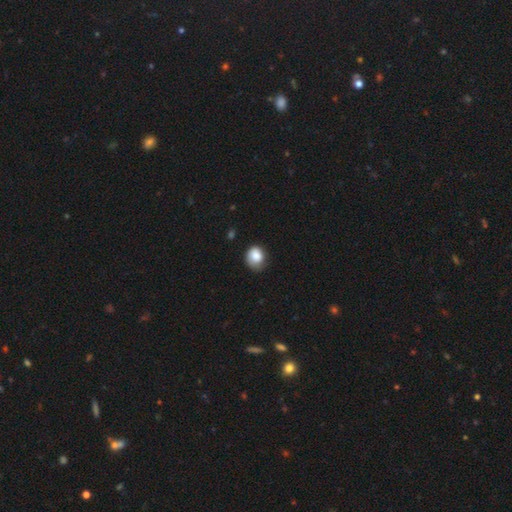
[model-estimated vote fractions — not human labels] smooth-or-featured: smooth: 84% | featured or disk: 9% | star or artifact: 8%
  how-rounded: round: 62% | in between: 37% | cigar-shaped: 1%
  merging: none: 55% | minor disturbance: 34% | major disturbance: 10% | merger: 2%